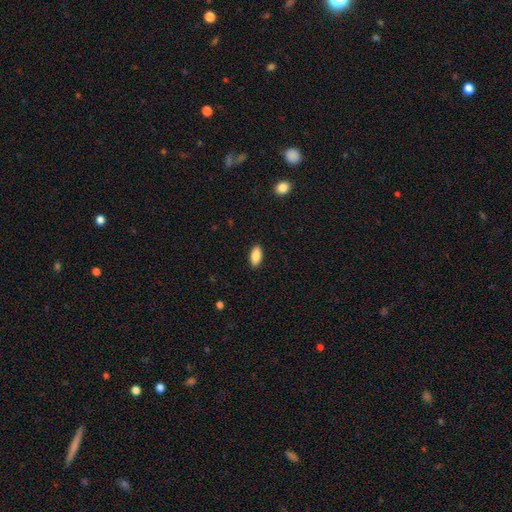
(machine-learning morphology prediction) Smooth or featured: smooth — 87% (star or artifact — 7%)
How rounded: in between — 91% (cigar-shaped — 7%)
Merging: none — 89% (minor disturbance — 8%)